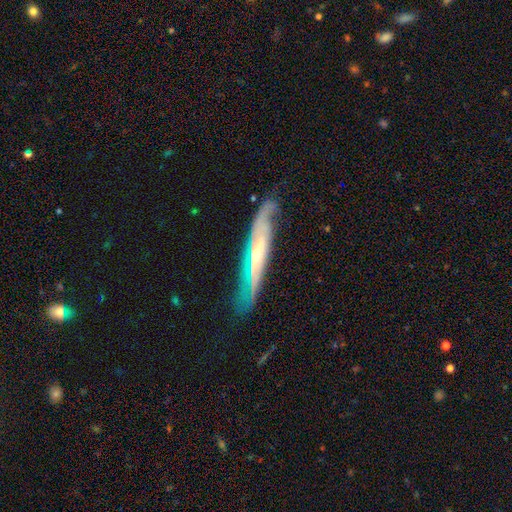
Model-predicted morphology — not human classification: Q: Smooth or featured?
A: featured or disk (80%); runner-up: smooth (14%)
Q: Edge-on disk?
A: yes (56%); runner-up: no (44%)
Q: Merging?
A: none (66%); runner-up: minor disturbance (23%)